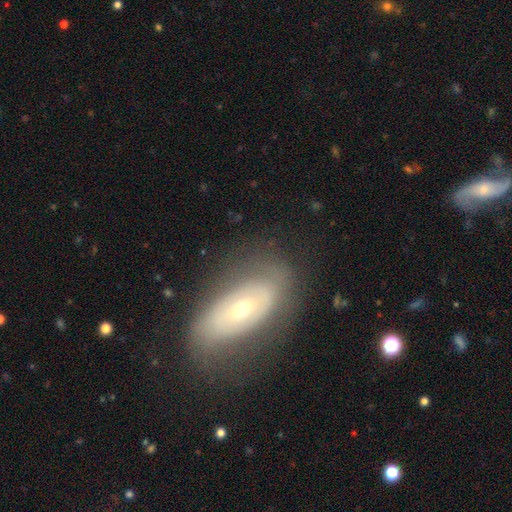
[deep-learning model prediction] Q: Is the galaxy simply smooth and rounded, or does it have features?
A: featured or disk — 57%.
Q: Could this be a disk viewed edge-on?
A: no — 87%.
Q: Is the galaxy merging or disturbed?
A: none — 71%.